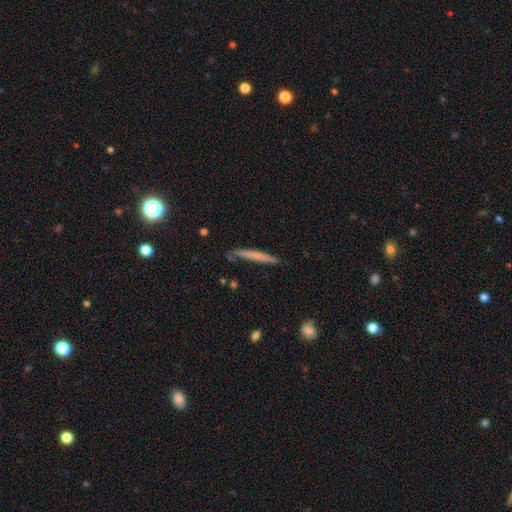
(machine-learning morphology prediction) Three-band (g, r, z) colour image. It shows a smooth galaxy with no disk features (56%) that is cigar-shaped (96%). Merging: none (80%).